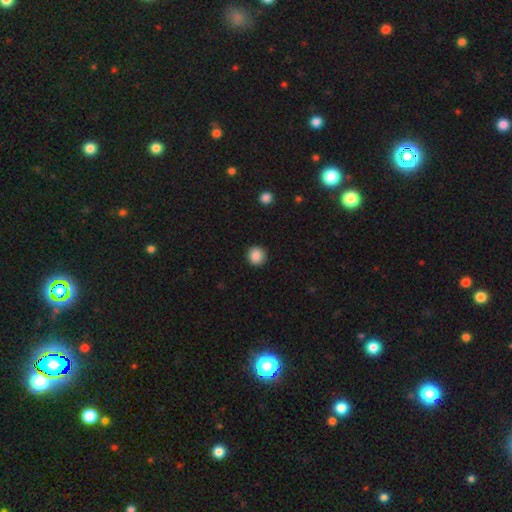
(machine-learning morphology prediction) This is clearly a smooth galaxy (86%). How rounded: clearly round (93%). Merging: clearly none (92%).